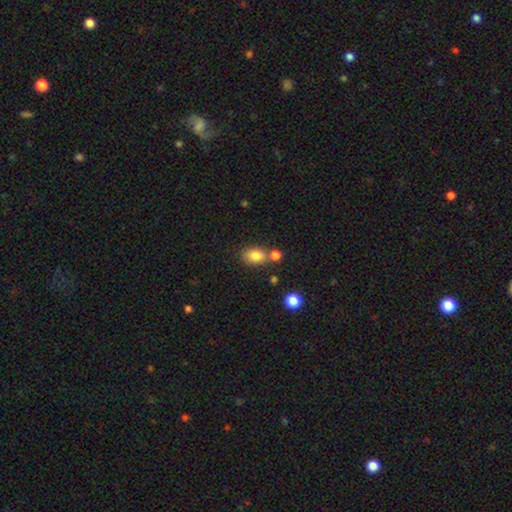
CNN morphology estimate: Q: Smooth or featured?
A: smooth (82%); runner-up: star or artifact (10%)
Q: How rounded?
A: in between (74%); runner-up: round (24%)
Q: Merging?
A: none (63%); runner-up: merger (19%)